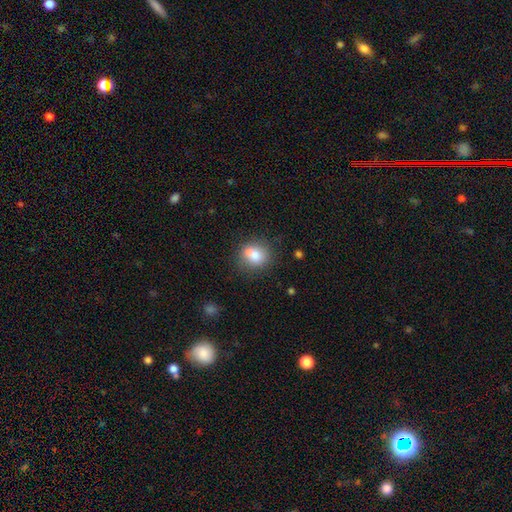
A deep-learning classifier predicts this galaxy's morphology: This is likely a smooth galaxy (76%). How rounded: possibly round (59%). Merging: possibly none (52%).